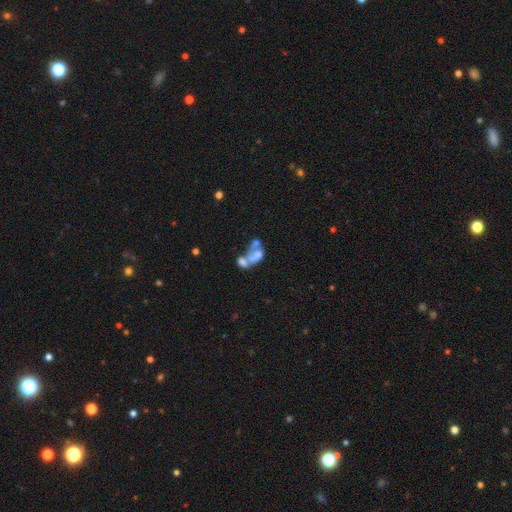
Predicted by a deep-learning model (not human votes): smooth_or_featured: featured or disk (p=0.45) [alt: smooth p=0.43]
merging: merger (p=0.66) [alt: major disturbance p=0.15]